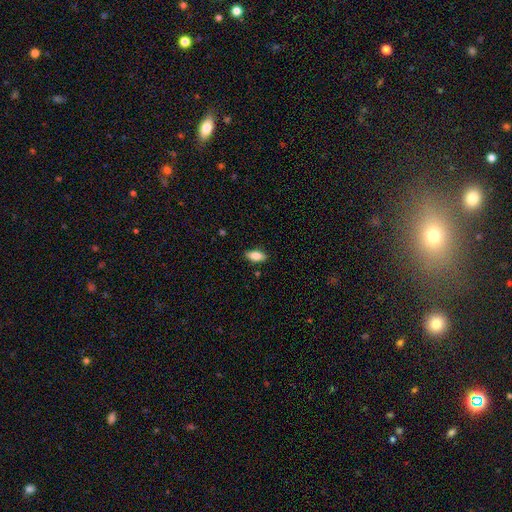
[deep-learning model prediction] A smooth galaxy with no disk features (85%) that is in between round and cigar-shaped (87%). Merging: none (86%).